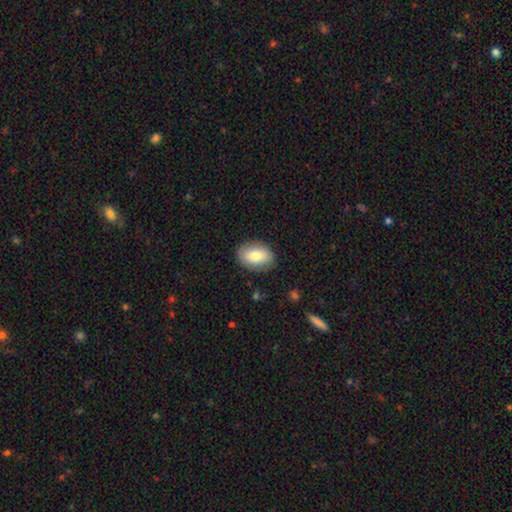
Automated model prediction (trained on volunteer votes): Morphology: type=smooth (77%); roundness=in between (83%); merging=none (85%).